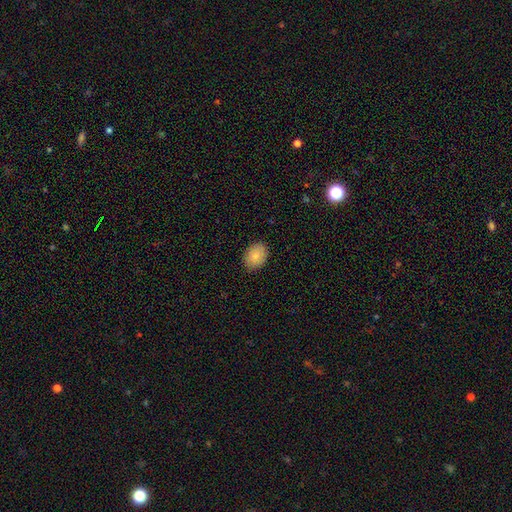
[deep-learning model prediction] Q: Smooth or featured?
A: smooth (83%); runner-up: featured or disk (10%)
Q: How rounded?
A: in between (69%); runner-up: round (30%)
Q: Merging?
A: none (88%); runner-up: minor disturbance (9%)